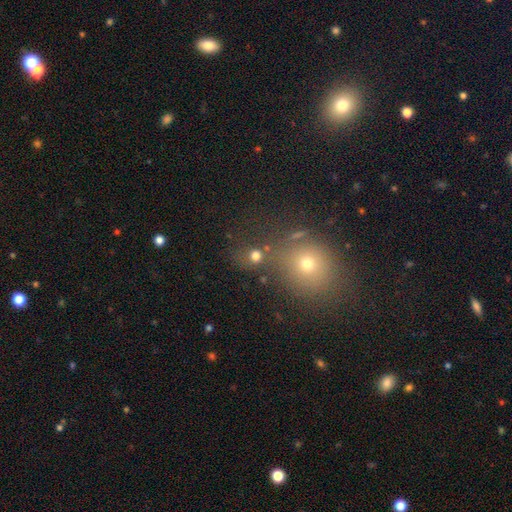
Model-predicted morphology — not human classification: type=smooth (70%); roundness=round (85%); merging=none (64%).